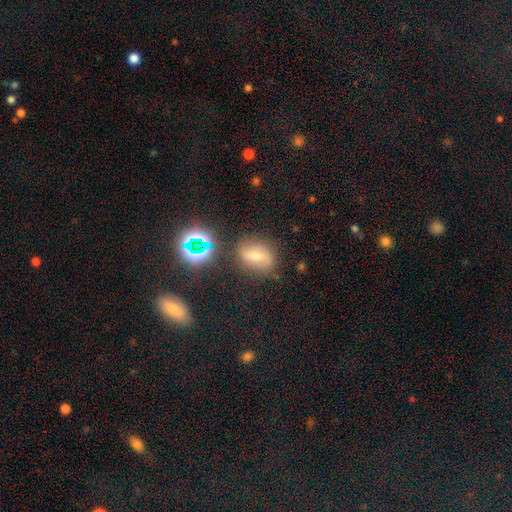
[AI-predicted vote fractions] smooth 39%, featured or disk 34%, star or artifact 27%. Down the decision tree: merging — none (74%).